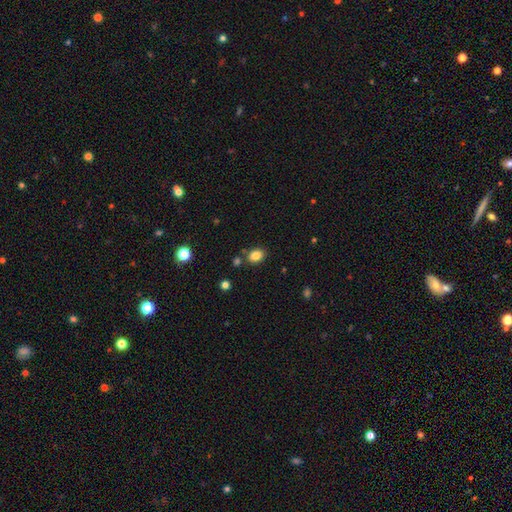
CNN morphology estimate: Q: Smooth or featured?
A: smooth (84%); runner-up: star or artifact (10%)
Q: How rounded?
A: in between (67%); runner-up: round (32%)
Q: Merging?
A: none (79%); runner-up: minor disturbance (11%)